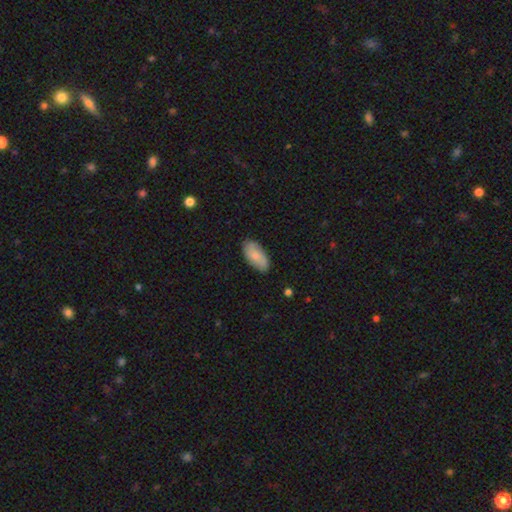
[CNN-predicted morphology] smooth_or_featured: smooth (p=0.70) [alt: featured or disk p=0.24]
how_rounded: in between (p=0.92) [alt: cigar-shaped p=0.05]
merging: none (p=0.81) [alt: minor disturbance p=0.15]